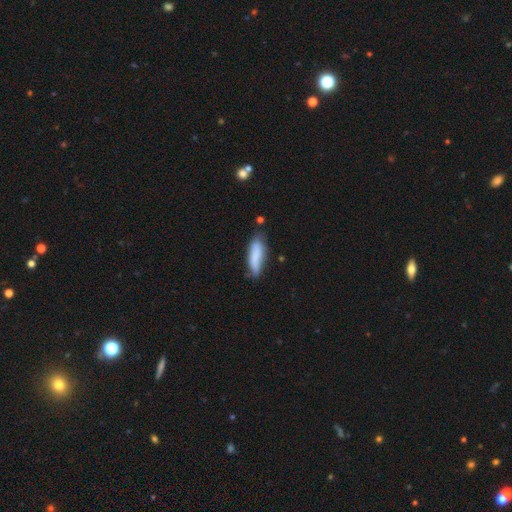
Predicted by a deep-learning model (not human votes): Smooth or featured?
  - smooth: 80% *
  - featured or disk: 14%
  - star or artifact: 6%
How rounded?
  - cigar-shaped: 55% *
  - in between: 43%
  - round: 2%
Merging?
  - none: 62% *
  - minor disturbance: 28%
  - major disturbance: 6%
  - merger: 4%